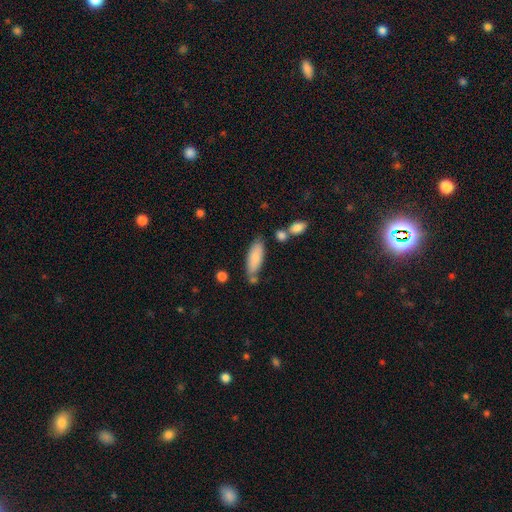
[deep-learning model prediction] Q: Smooth or featured?
A: smooth (81%); runner-up: featured or disk (13%)
Q: How rounded?
A: in between (63%); runner-up: cigar-shaped (35%)
Q: Merging?
A: none (69%); runner-up: minor disturbance (17%)